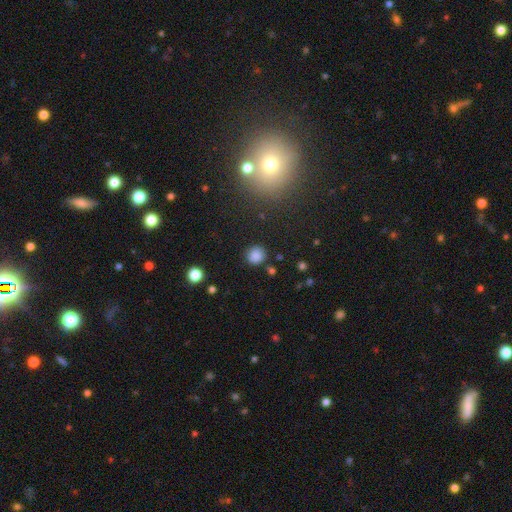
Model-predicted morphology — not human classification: Smooth or featured? smooth (83%)
How rounded? round (88%)
Merging? none (82%)